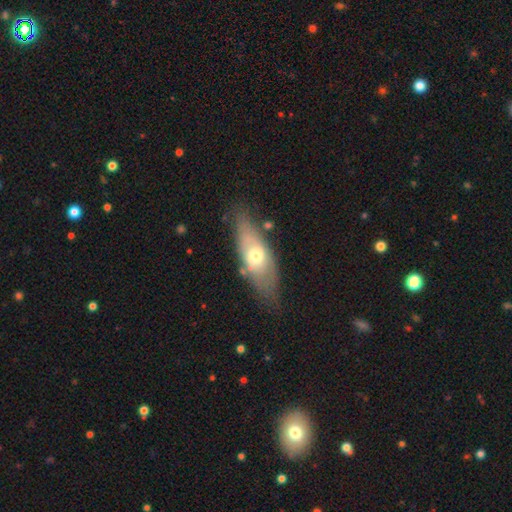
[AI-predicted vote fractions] Overall: smooth (50%; featured or disk 44%). Merging: none (71%).